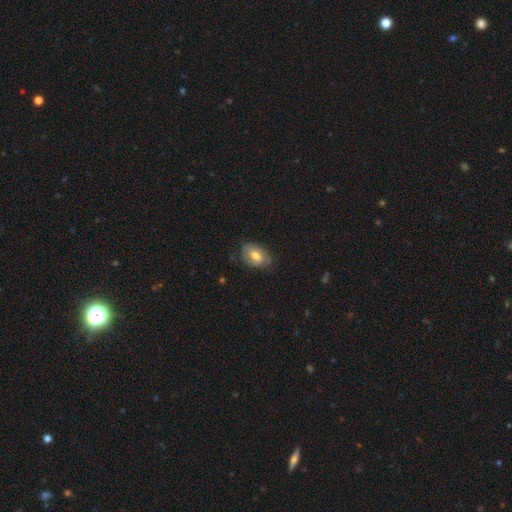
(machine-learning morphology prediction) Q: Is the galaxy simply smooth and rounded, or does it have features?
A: smooth — 50%.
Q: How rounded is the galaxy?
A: in between — 85%.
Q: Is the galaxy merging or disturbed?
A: none — 68%.